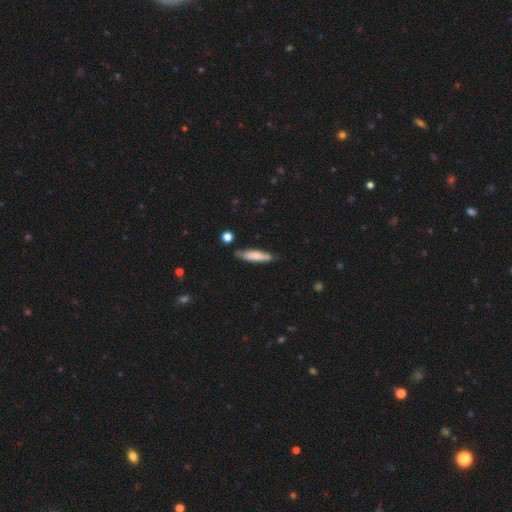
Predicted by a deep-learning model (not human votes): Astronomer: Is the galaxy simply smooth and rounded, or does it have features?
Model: smooth — 69%.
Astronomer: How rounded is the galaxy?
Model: cigar-shaped — 76%.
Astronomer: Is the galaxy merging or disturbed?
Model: none — 78%.